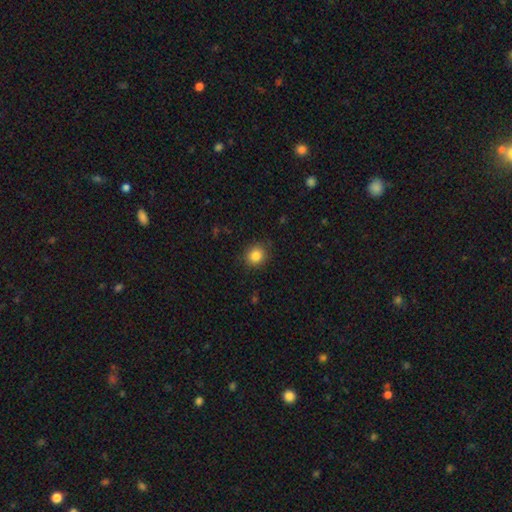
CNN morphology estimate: Smooth or featured? Predicted: smooth (p=0.85). How rounded? Predicted: round (p=0.79). Merging? Predicted: none (p=0.87).